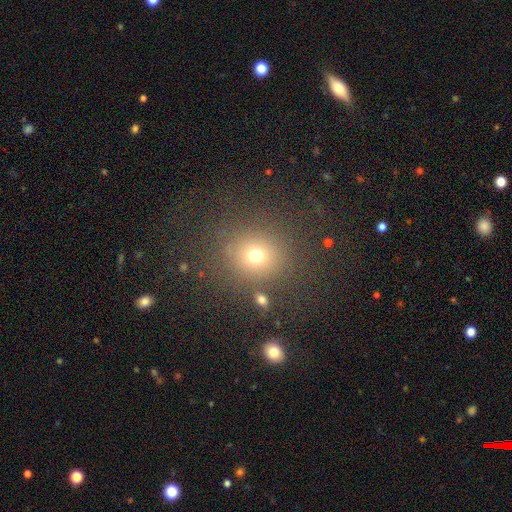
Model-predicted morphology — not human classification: A smooth galaxy with no disk features (72%) that is round (83%). Merging: none (81%).